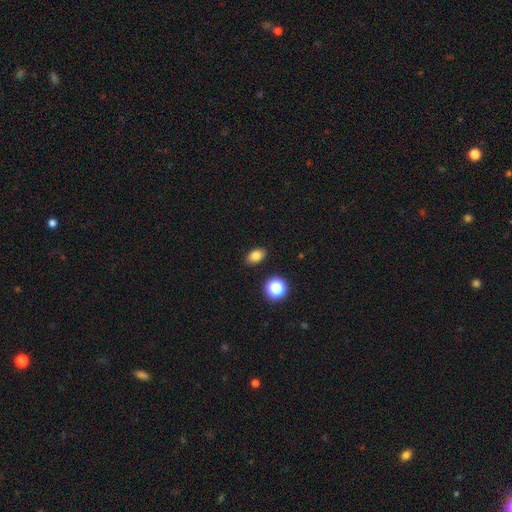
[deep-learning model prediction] This appears to be a smooth galaxy with no disk features (81%) that is in between round and cigar-shaped (82%). Merging: none (89%).